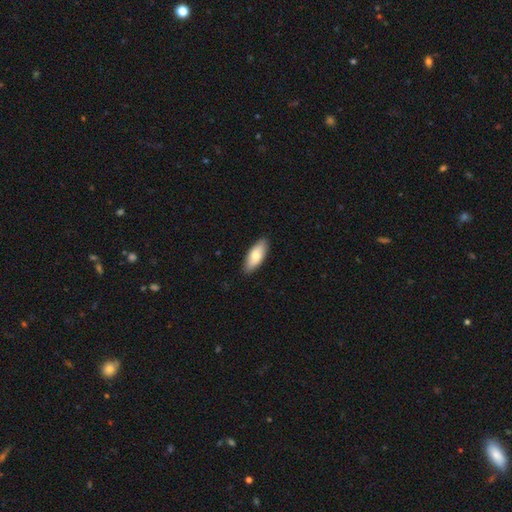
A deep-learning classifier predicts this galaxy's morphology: Smooth or featured: smooth — 71% (featured or disk — 23%)
How rounded: in between — 82% (cigar-shaped — 16%)
Merging: none — 88% (minor disturbance — 10%)